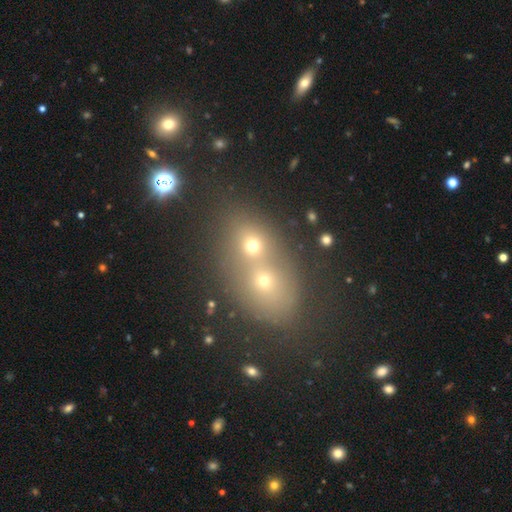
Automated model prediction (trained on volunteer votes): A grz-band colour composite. It shows a smooth galaxy with no disk features (50%) that is round (51%). Merging: merger (60%).